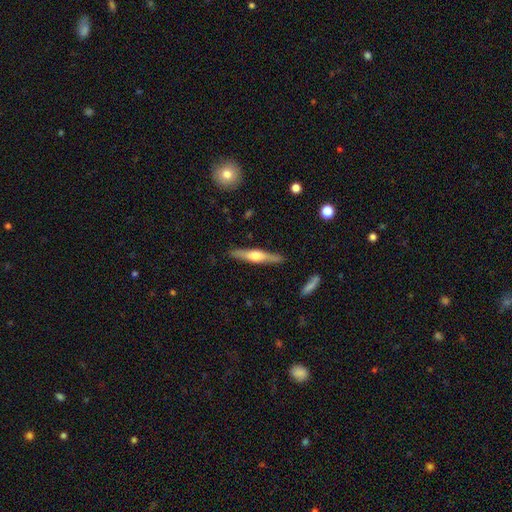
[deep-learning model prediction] Smooth or featured: featured or disk — 62% (smooth — 33%)
Edge-on disk: yes — 96% (no — 4%)
Edge-on bulge: rounded — 89% (boxy — 7%)
Merging: none — 89% (minor disturbance — 8%)